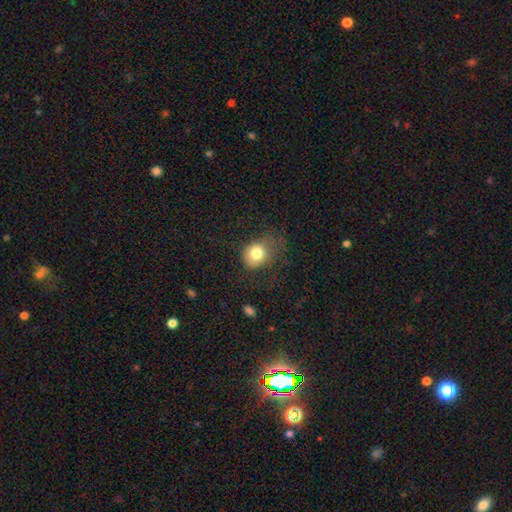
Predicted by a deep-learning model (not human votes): A smooth galaxy with no disk features (74%) that is round (57%). Merging: none (54%).